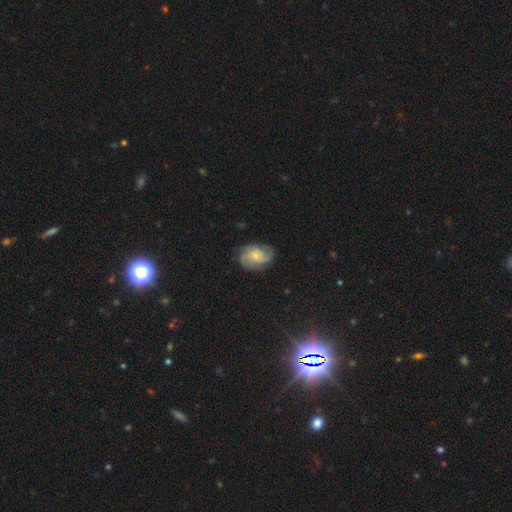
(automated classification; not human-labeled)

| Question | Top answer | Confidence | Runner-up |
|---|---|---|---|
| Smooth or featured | featured or disk | 63% | smooth (30%) |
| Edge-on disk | no | 97% | yes (3%) |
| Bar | no | 72% | weak (24%) |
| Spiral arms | yes | 92% | no (8%) |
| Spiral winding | medium | 42% | tight (38%) |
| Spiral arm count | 2 | 31% | can't tell (26%) |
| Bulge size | small | 60% | moderate (31%) |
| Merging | none | 72% | minor disturbance (20%) |